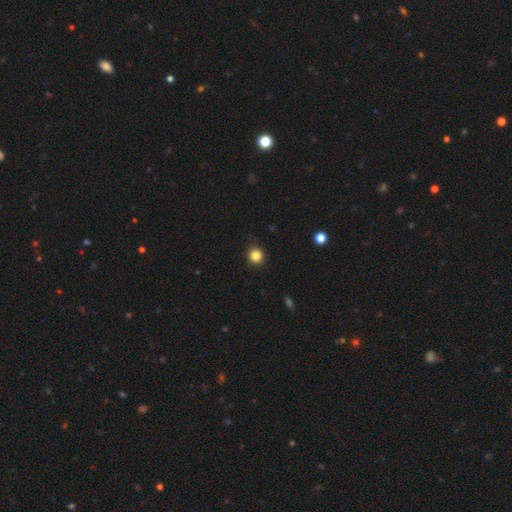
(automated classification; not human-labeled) Overall: smooth (84%). How rounded: round (93%). Merging: none (90%).